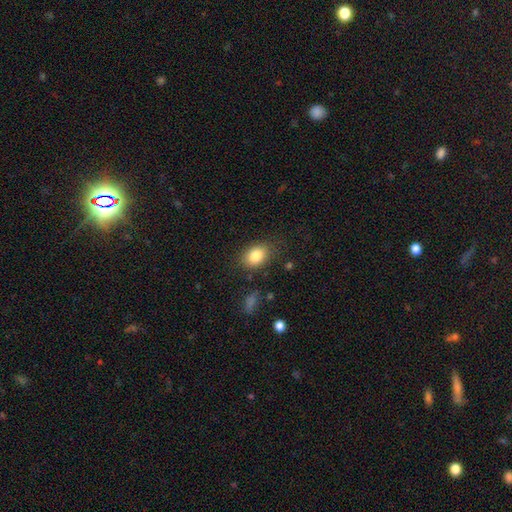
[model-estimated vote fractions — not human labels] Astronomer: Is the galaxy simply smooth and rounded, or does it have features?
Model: smooth — 84%.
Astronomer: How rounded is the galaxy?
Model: in between — 72%.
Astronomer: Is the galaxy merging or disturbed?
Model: none — 80%.